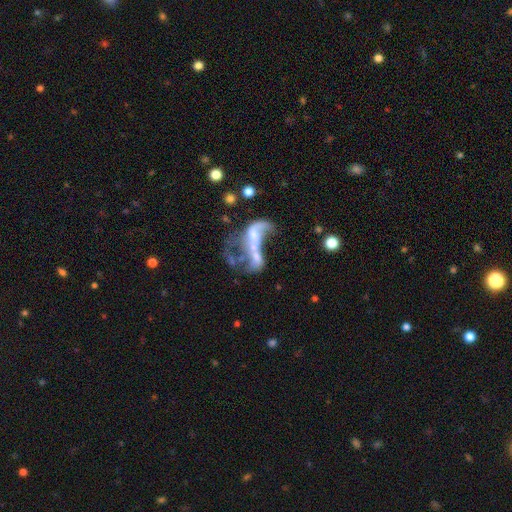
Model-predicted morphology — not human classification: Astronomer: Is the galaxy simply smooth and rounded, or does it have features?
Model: featured or disk — 68%.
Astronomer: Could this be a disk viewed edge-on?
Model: no — 95%.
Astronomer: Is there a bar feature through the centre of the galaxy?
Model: no — 64%.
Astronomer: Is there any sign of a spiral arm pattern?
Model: no — 56% (runner-up: yes, 44%).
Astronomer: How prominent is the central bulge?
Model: small — 33% (runner-up: none, 32%).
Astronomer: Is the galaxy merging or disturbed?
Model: merger — 49% (runner-up: major disturbance, 30%).